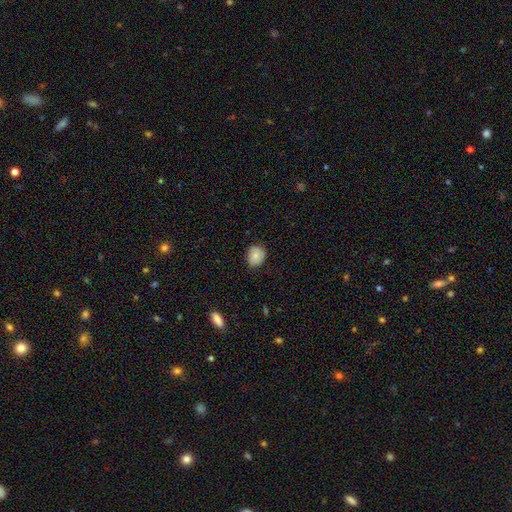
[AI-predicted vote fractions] A smooth galaxy with no disk features (79%) that is round (63%).

Vote fractions:
- Smooth or featured? smooth: 79% / featured or disk: 13% / star or artifact: 8%
- How rounded? round: 63% / in between: 36% / cigar-shaped: 1%
- Merging? none: 79% / minor disturbance: 17% / major disturbance: 3% / merger: 1%